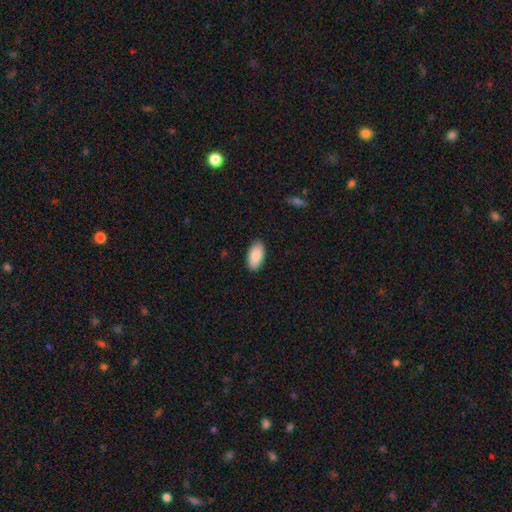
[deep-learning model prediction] Smooth or featured? smooth (89%)
How rounded? in between (94%)
Merging? none (89%)